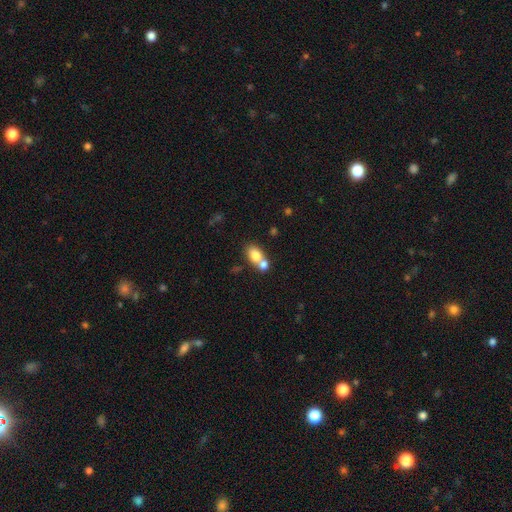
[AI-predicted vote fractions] Smooth or featured? smooth (78%)
How rounded? in between (70%)
Merging? merger (58%)